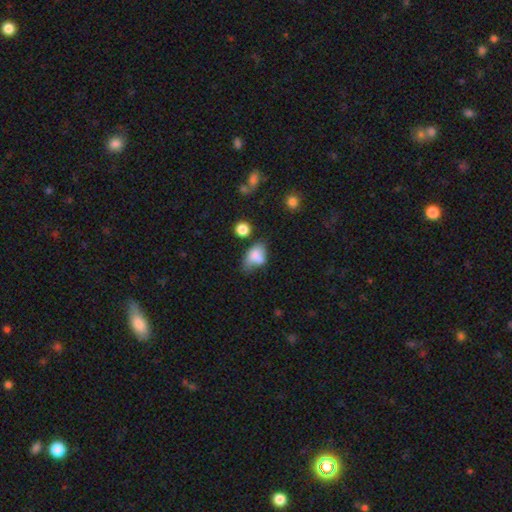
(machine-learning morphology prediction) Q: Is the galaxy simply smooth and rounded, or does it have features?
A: smooth — 73%.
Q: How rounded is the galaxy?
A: in between — 80%.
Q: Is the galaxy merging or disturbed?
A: minor disturbance — 32%.